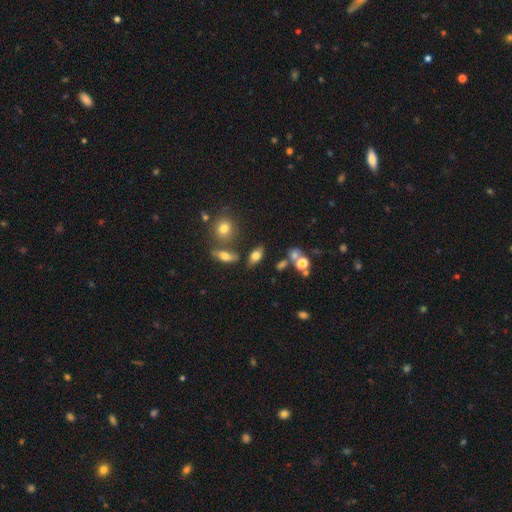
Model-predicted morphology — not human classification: A smooth galaxy with no disk features (66%) that is in between round and cigar-shaped (82%). Merging: none (69%).